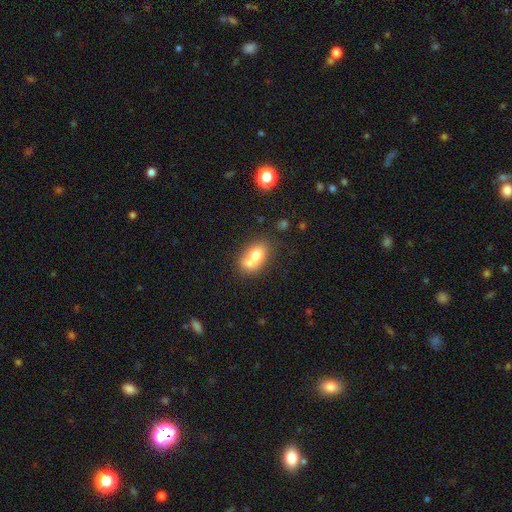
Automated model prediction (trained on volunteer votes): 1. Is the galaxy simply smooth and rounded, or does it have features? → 69% smooth, 22% featured or disk, 9% star or artifact.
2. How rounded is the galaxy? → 75% in between, 22% round, 2% cigar-shaped.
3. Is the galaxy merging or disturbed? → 53% merger, 31% none, 12% minor disturbance, 5% major disturbance.